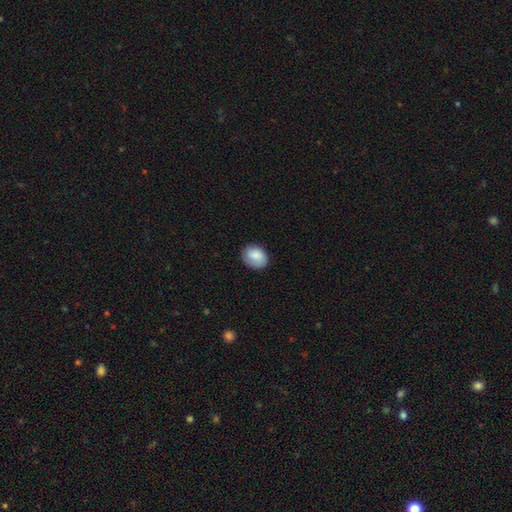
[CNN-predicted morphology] Smooth or featured? smooth (85%)
How rounded? in between (51%)
Merging? none (81%)